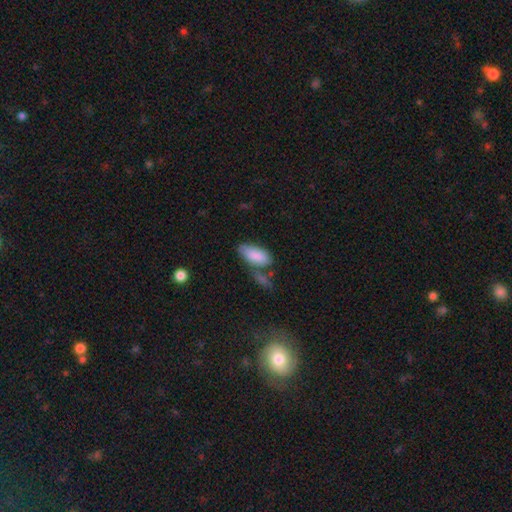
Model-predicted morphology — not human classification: Smooth or featured? Predicted: smooth (p=0.85). How rounded? Predicted: in between (p=0.88). Merging? Predicted: none (p=0.51).